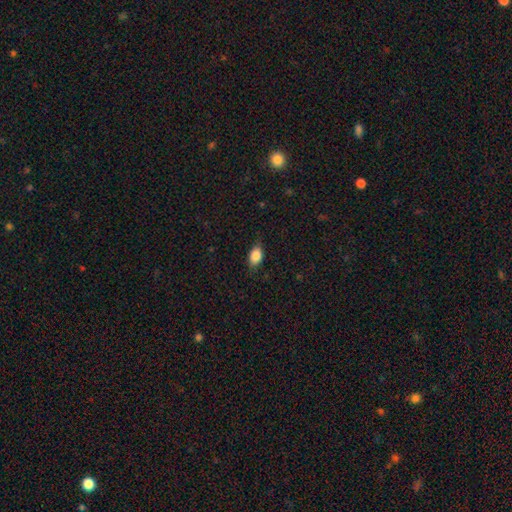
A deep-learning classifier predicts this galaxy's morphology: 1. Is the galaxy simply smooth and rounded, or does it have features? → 86% smooth, 8% star or artifact, 7% featured or disk.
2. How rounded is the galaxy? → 84% in between, 13% round, 3% cigar-shaped.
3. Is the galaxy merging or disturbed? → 79% none, 17% minor disturbance, 3% major disturbance, 1% merger.